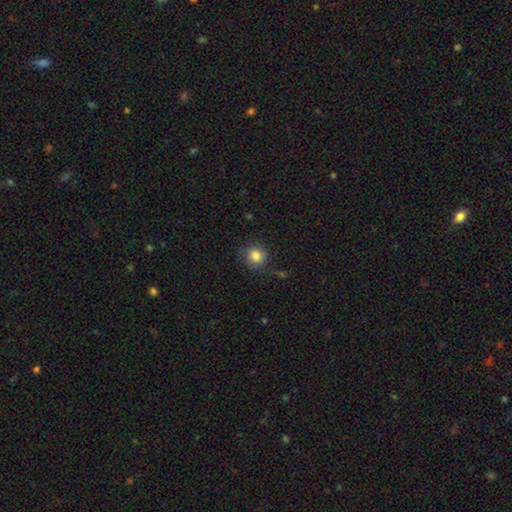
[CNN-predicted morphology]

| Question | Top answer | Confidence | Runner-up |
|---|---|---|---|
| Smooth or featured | smooth | 85% | star or artifact (9%) |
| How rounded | round | 84% | in between (15%) |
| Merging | none | 77% | minor disturbance (15%) |